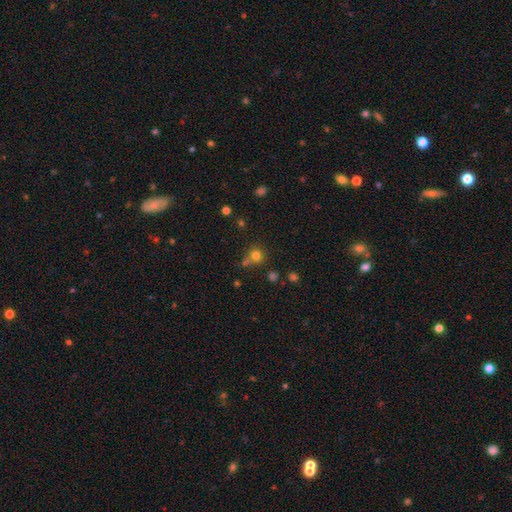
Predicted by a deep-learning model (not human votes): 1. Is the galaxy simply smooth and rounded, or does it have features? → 75% smooth, 18% star or artifact, 8% featured or disk.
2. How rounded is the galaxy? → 87% round, 12% in between, 1% cigar-shaped.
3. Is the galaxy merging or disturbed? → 61% none, 22% merger, 11% minor disturbance, 5% major disturbance.